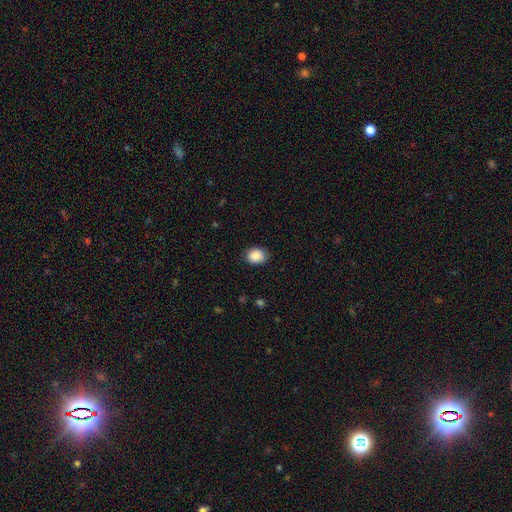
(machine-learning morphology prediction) Smooth or featured?
  - smooth: 89% *
  - star or artifact: 8%
  - featured or disk: 3%
How rounded?
  - in between: 58% *
  - round: 41%
  - cigar-shaped: 1%
Merging?
  - none: 85% *
  - minor disturbance: 11%
  - major disturbance: 2%
  - merger: 1%